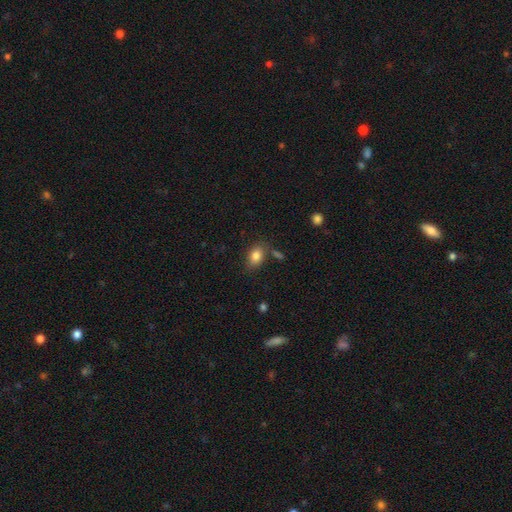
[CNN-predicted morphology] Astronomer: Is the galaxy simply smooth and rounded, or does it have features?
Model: smooth — 83%.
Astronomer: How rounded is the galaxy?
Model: in between — 80%.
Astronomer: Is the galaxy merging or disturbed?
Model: none — 74%.